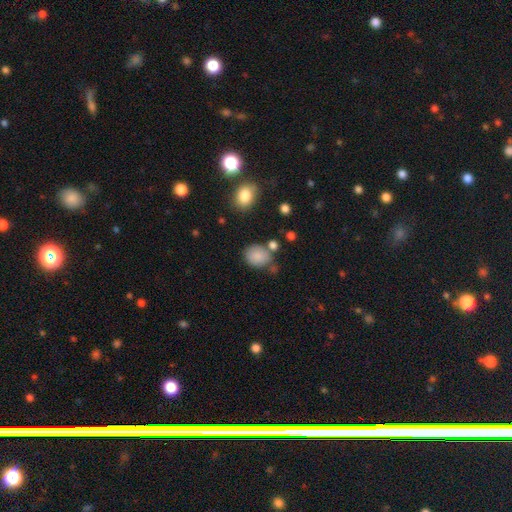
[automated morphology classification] This appears to be a smooth galaxy with no disk features (86%) that is round (56%). Merging: none (66%).